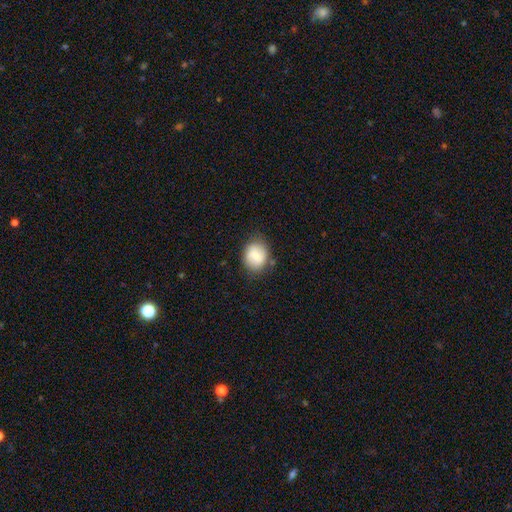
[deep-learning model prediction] A smooth galaxy with no disk features (76%) that is round (58%).

Vote fractions:
- Smooth or featured? smooth: 76% / featured or disk: 16% / star or artifact: 8%
- How rounded? round: 58% / in between: 41% / cigar-shaped: 1%
- Merging? none: 77% / minor disturbance: 17% / major disturbance: 4% / merger: 2%